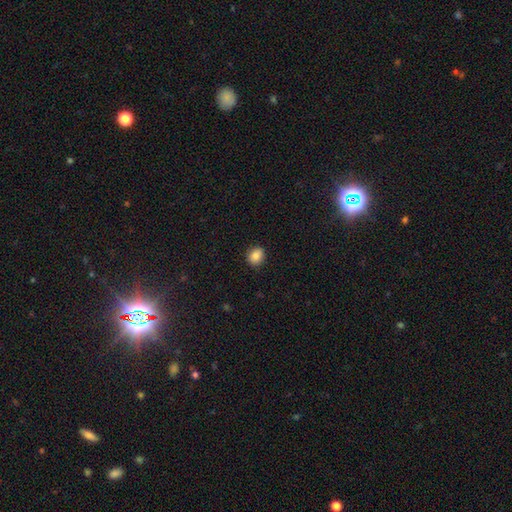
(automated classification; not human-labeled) The model was most divided on "how rounded": round: 72%, in between: 27%, cigar-shaped: 1%. More confident: merging — none (90%); smooth or featured — smooth (83%).